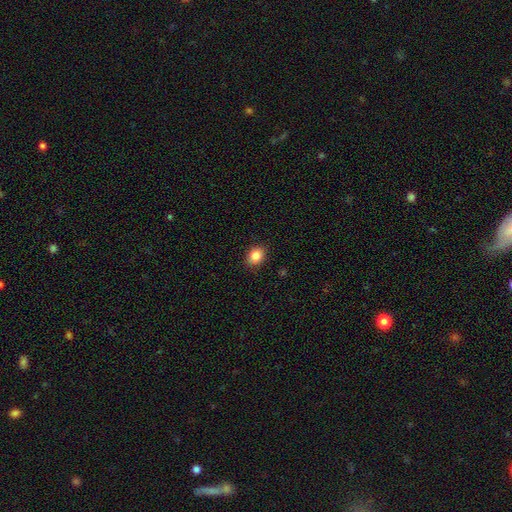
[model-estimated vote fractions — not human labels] Q: Smooth or featured?
A: smooth (86%); runner-up: star or artifact (9%)
Q: How rounded?
A: in between (60%); runner-up: round (39%)
Q: Merging?
A: none (88%); runner-up: minor disturbance (9%)